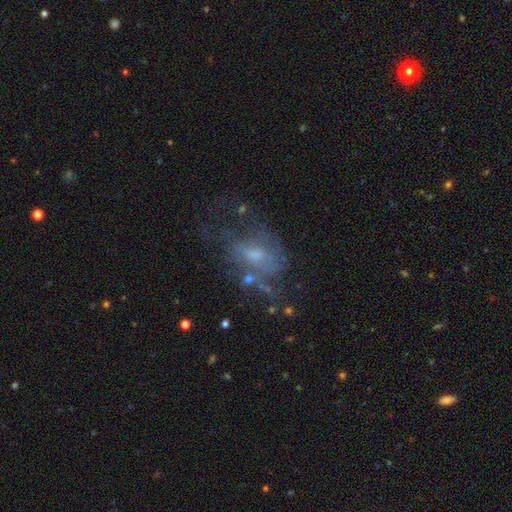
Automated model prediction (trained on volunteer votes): This is likely a featured or disk galaxy (61%). It is clearly not viewed edge-on (95%). Bar: possibly no (56%). Spiral arm pattern: possibly yes (50%, tied with no). Central bulge: marginally moderate (43%). Merging: marginally none (41%).